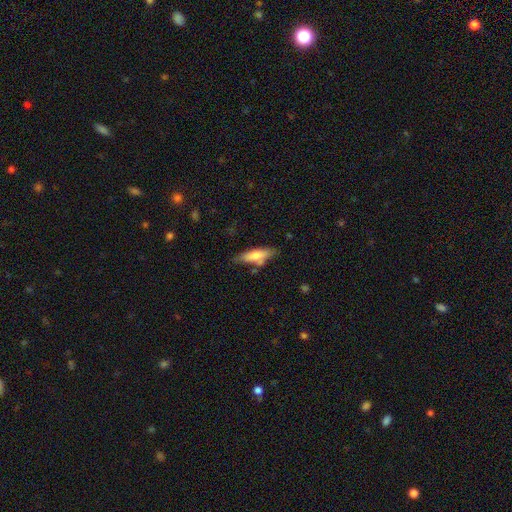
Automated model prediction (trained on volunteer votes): A smooth galaxy with no disk features (67%) that is cigar-shaped (54%).

Vote fractions:
- Smooth or featured? smooth: 67% / featured or disk: 27% / star or artifact: 6%
- How rounded? cigar-shaped: 54% / in between: 44% / round: 2%
- Merging? none: 66% / minor disturbance: 20% / merger: 9% / major disturbance: 5%